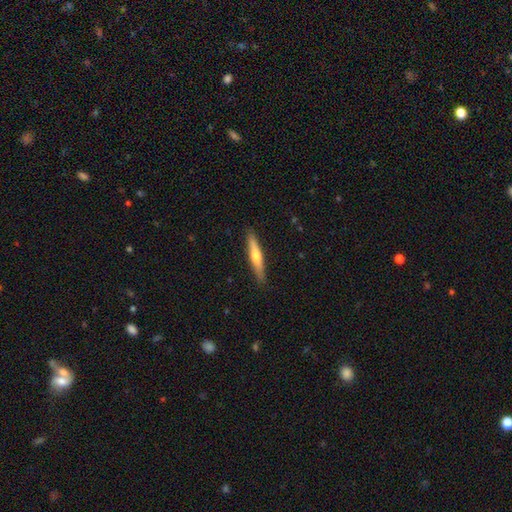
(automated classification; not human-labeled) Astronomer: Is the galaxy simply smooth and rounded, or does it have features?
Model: smooth — 48% (runner-up: featured or disk, 46%).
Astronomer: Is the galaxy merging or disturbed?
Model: none — 89%.